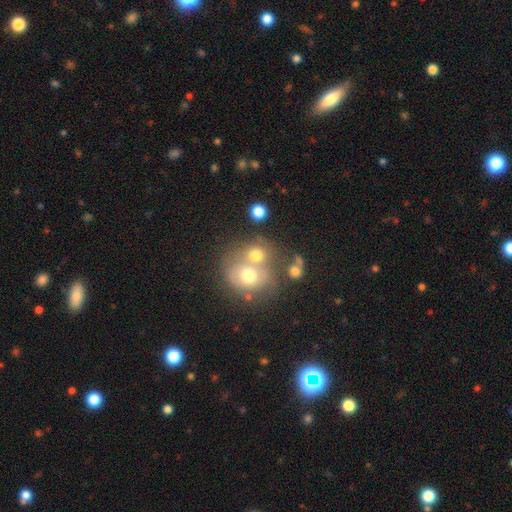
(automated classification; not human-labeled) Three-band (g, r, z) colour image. It shows a smooth galaxy with no disk features (67%) that is round (73%). Merging: merger (51%).